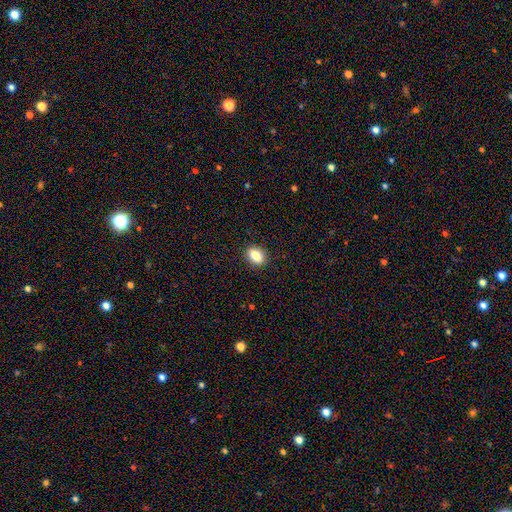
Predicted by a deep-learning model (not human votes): smooth-or-featured: smooth: 85% | star or artifact: 8% | featured or disk: 7%
  how-rounded: in between: 80% | round: 17% | cigar-shaped: 3%
  merging: none: 89% | minor disturbance: 8% | major disturbance: 2% | merger: 1%